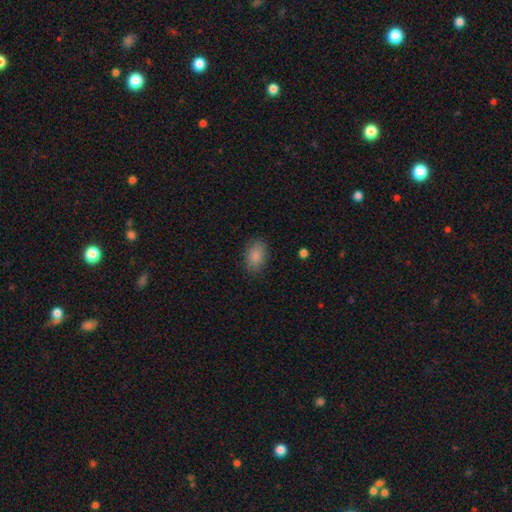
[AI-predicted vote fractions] Smooth or featured? Predicted: smooth (p=0.87). How rounded? Predicted: in between (p=0.85). Merging? Predicted: none (p=0.85).